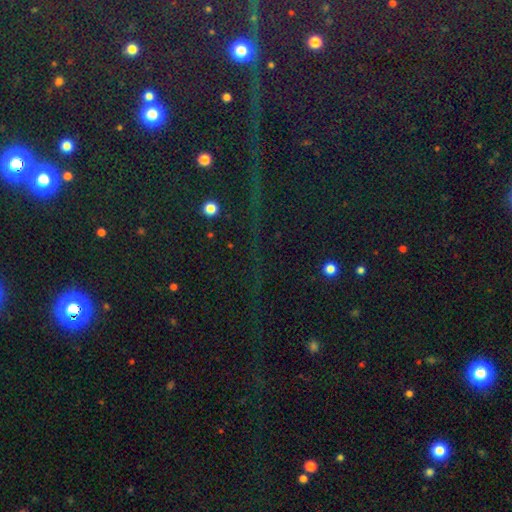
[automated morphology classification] smooth-or-featured: star or artifact: 82% | smooth: 10% | featured or disk: 8%